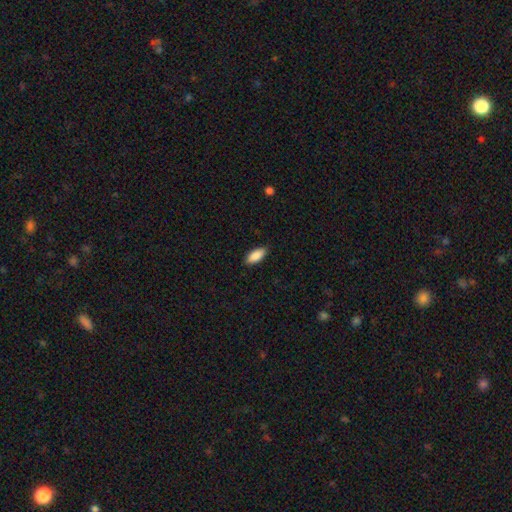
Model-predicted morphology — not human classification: This appears to be a smooth galaxy with no disk features (87%) that is in between round and cigar-shaped (83%). Merging: none (88%).